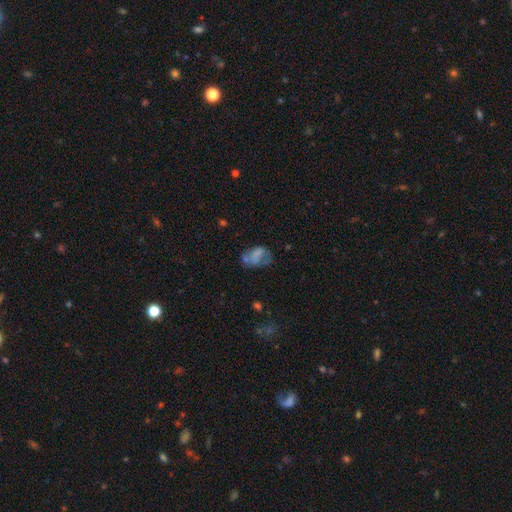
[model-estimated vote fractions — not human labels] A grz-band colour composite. It shows a smooth galaxy with no disk features (52%) that is in between round and cigar-shaped (81%). Merging: none (36%).